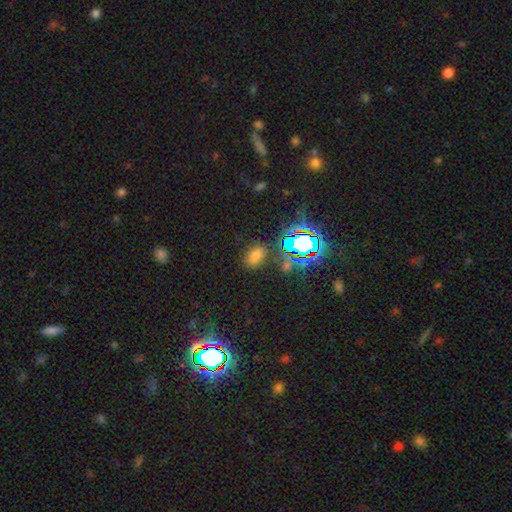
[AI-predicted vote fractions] smooth 62%, star or artifact 31%, featured or disk 7%. Down the decision tree: how rounded — in between (87%); merging — none (79%).